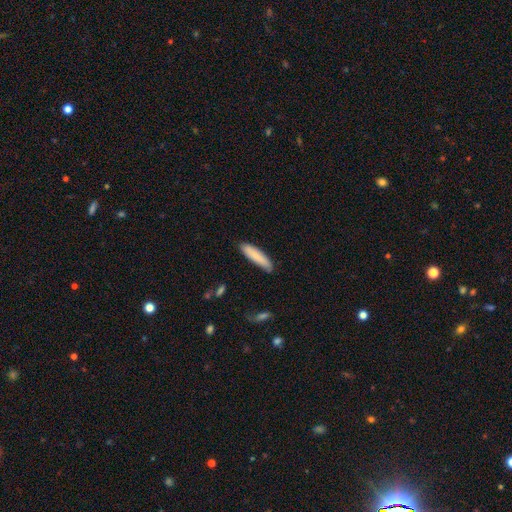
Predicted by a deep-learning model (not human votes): This is clearly a smooth galaxy (83%). How rounded: likely cigar-shaped (78%). Merging: clearly none (84%).